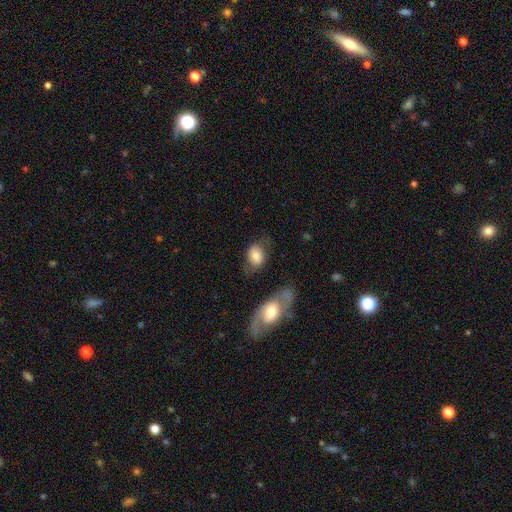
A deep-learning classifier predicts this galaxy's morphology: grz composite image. It shows a smooth galaxy with no disk features (70%) that is in between round and cigar-shaped (71%). Merging: none (60%).